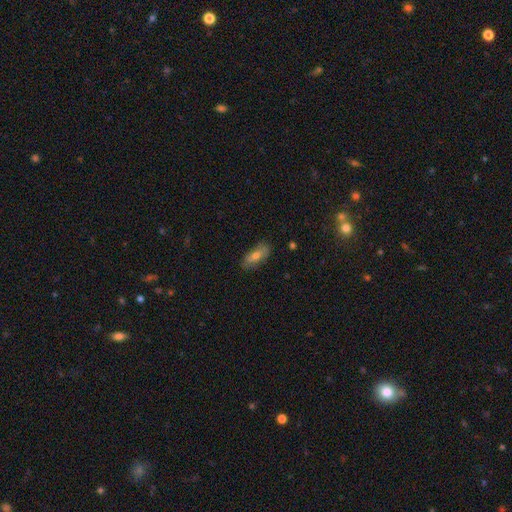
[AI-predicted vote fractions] The model was most divided on "smooth or featured": smooth: 60%, featured or disk: 31%, star or artifact: 10%. More confident: merging — none (77%); how rounded — in between (74%).